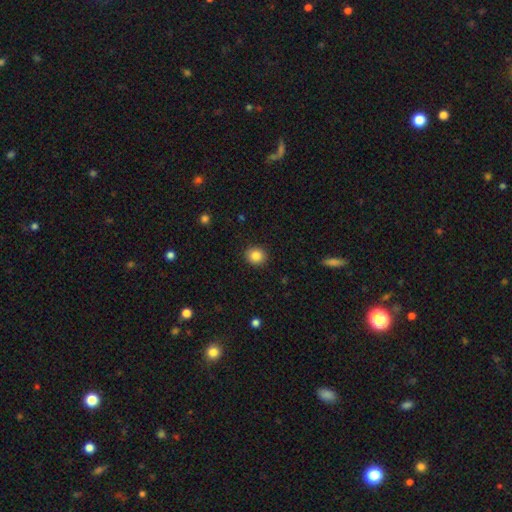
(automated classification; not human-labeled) A smooth galaxy with no disk features (85%) that is round (81%). Merging: none (91%).